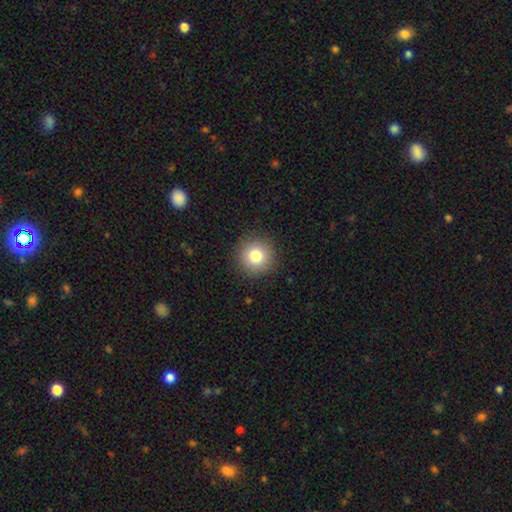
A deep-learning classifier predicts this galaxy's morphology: Overall: smooth (81%). How rounded: round (95%). Merging: none (91%).